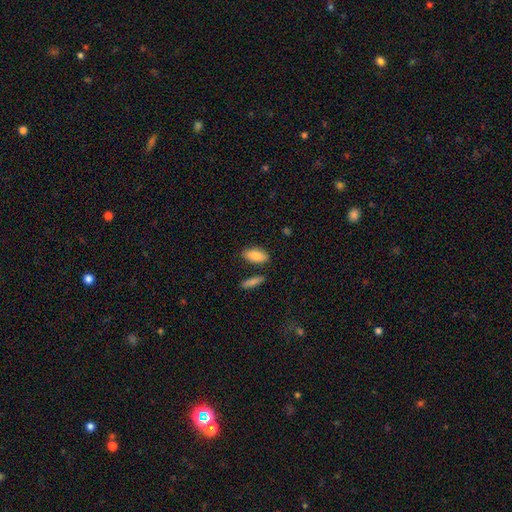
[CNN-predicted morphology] A smooth galaxy with no disk features (86%) that is in between round and cigar-shaped (89%). Merging: none (79%).